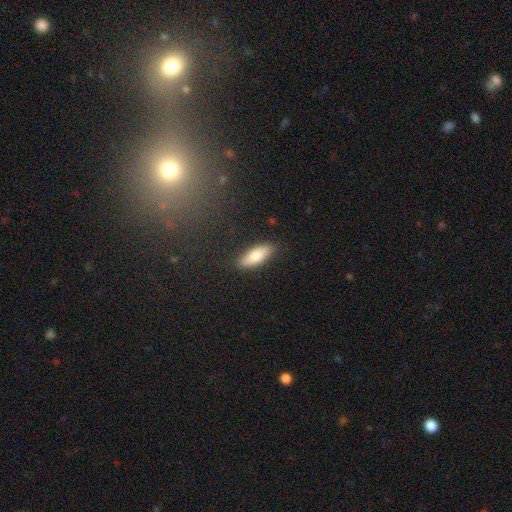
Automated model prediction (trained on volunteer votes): A smooth galaxy with no disk features (78%) that is in between round and cigar-shaped (62%).

Vote fractions:
- Smooth or featured? smooth: 78% / featured or disk: 16% / star or artifact: 6%
- How rounded? in between: 62% / cigar-shaped: 35% / round: 2%
- Merging? none: 88% / minor disturbance: 9% / major disturbance: 2% / merger: 1%